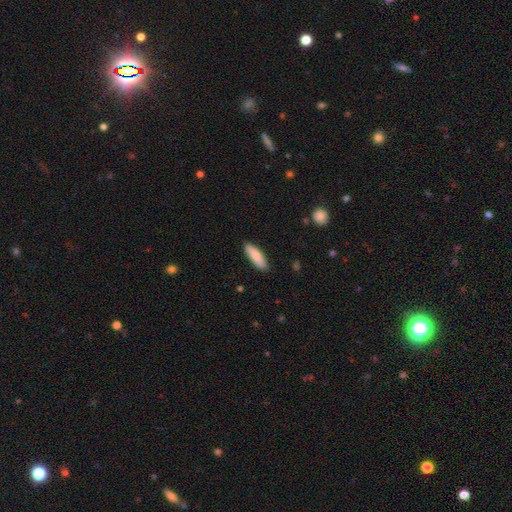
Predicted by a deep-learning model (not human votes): smooth-or-featured: smooth: 85% | featured or disk: 10% | star or artifact: 5%
  how-rounded: cigar-shaped: 49% (tied) | in between: 49% (tied) | round: 2%
  merging: none: 87% | minor disturbance: 10% | major disturbance: 2% | merger: 1%